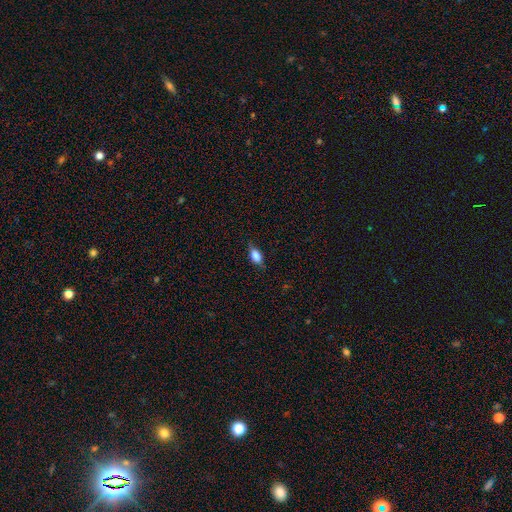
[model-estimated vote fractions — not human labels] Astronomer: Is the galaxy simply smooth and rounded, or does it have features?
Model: smooth — 81%.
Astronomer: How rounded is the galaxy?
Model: in between — 84%.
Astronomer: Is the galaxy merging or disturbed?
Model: none — 78%.